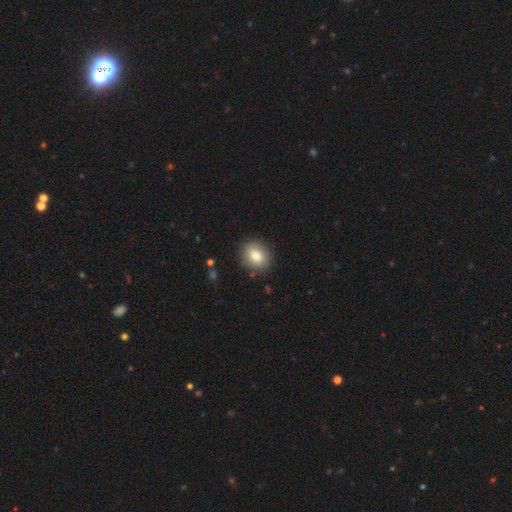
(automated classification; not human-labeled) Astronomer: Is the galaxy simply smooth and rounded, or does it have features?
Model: smooth — 82%.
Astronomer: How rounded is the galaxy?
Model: round — 57% (runner-up: in between, 42%).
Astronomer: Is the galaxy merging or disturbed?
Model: none — 87%.